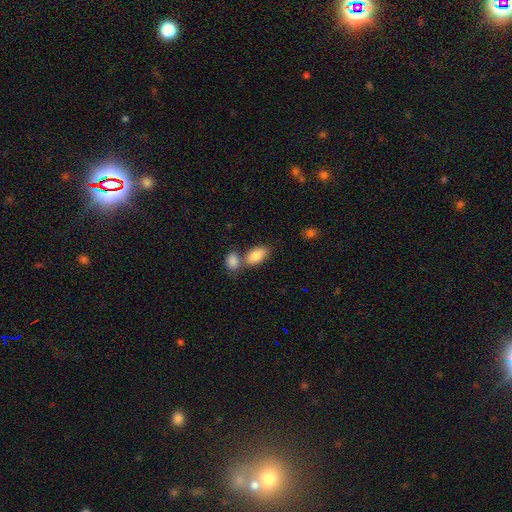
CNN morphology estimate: A smooth galaxy with no disk features (86%) that is in between round and cigar-shaped (93%). Merging: merger (45%).